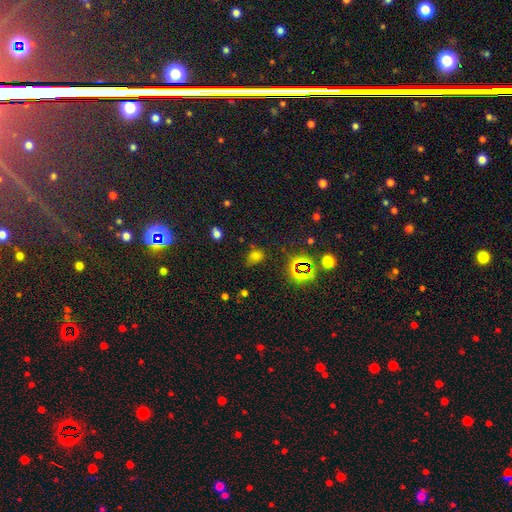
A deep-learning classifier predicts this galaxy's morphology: smooth_or_featured: smooth (p=0.60) [alt: star or artifact p=0.32]
how_rounded: in between (p=0.60) [alt: round p=0.38]
merging: none (p=0.62) [alt: minor disturbance p=0.24]